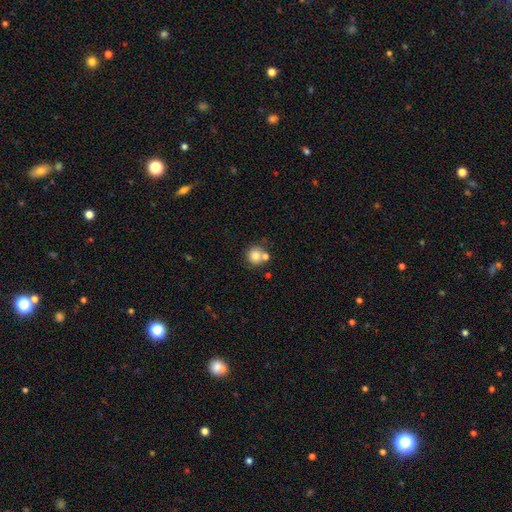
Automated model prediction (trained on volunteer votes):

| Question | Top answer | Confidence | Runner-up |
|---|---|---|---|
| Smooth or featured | smooth | 79% | featured or disk (11%) |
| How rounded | round | 91% | in between (8%) |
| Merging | none | 59% | merger (27%) |